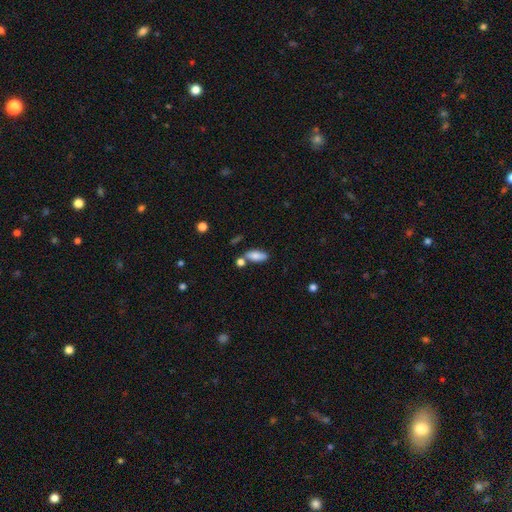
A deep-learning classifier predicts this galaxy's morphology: The model was most divided on "merging": none: 69%, merger: 14%, minor disturbance: 13%, major disturbance: 3%. More confident: how rounded — in between (83%); smooth or featured — smooth (82%).